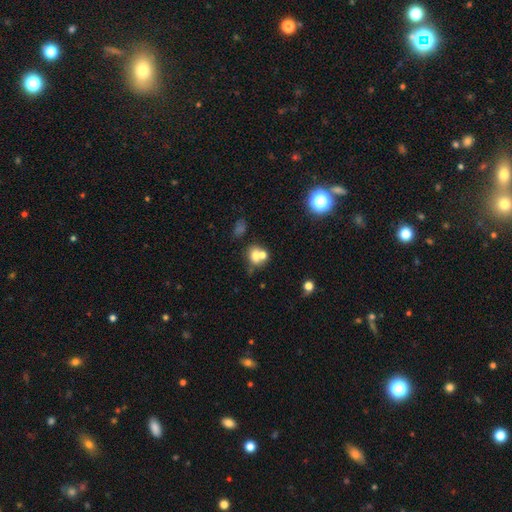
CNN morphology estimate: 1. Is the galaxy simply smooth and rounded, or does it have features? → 67% smooth, 19% featured or disk, 14% star or artifact.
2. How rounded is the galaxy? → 62% round, 37% in between, 1% cigar-shaped.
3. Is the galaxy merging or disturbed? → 51% merger, 34% none, 10% minor disturbance, 5% major disturbance.